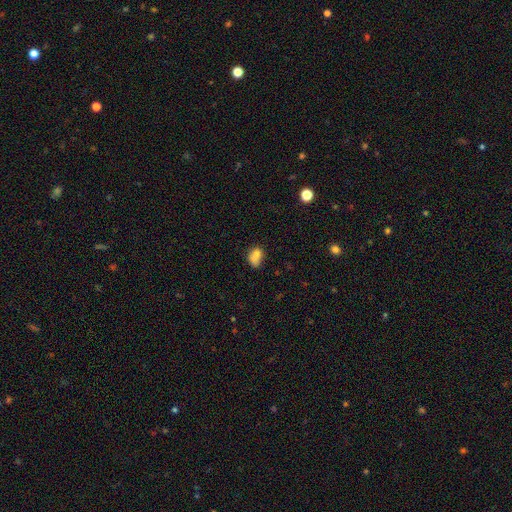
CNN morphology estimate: Smooth or featured? smooth (74%)
How rounded? in between (67%)
Merging? none (36%)